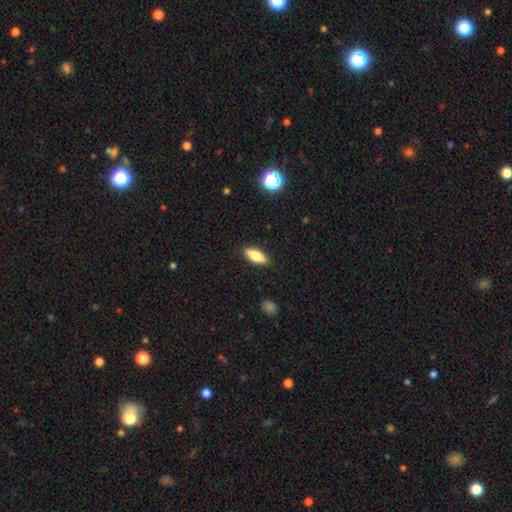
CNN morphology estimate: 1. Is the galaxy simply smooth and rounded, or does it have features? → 80% smooth, 13% featured or disk, 7% star or artifact.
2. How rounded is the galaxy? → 76% in between, 22% cigar-shaped, 2% round.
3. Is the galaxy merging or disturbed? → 88% none, 9% minor disturbance, 2% major disturbance, 1% merger.